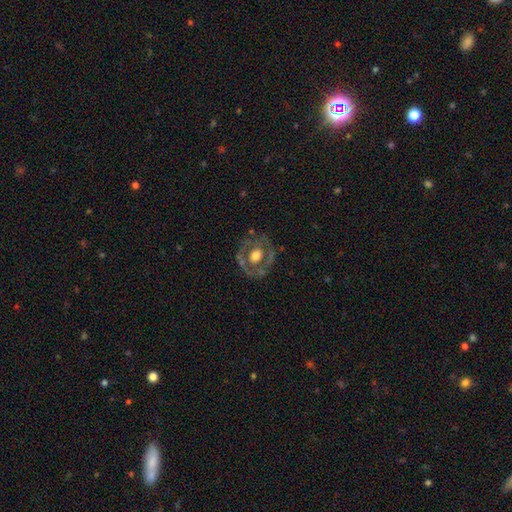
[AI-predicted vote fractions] The model was most divided on "bulge size": moderate: 53%, large: 37%, small: 5%, dominant: 2%, none: 2%. More confident: edge-on disk — no (95%); bar — no (84%); spiral arms — no (79%); merging — none (71%); smooth or featured — featured or disk (60%).